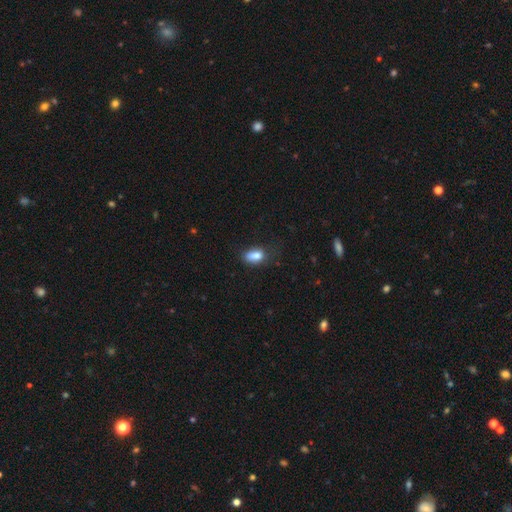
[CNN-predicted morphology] Smooth or featured: smooth — 82% (star or artifact — 9%)
How rounded: in between — 86% (round — 9%)
Merging: none — 55% (minor disturbance — 31%)